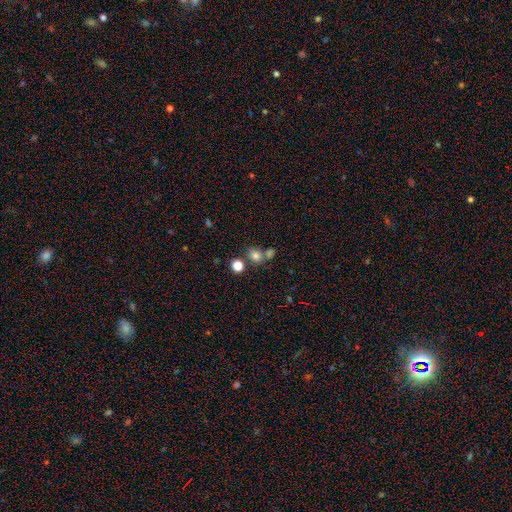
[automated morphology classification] type=smooth (76%); roundness=round (61%); merging=none (56%).